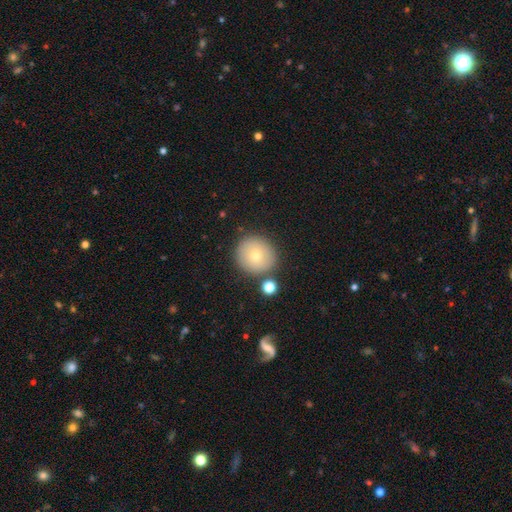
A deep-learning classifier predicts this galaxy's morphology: Smooth or featured? smooth (73%)
How rounded? round (92%)
Merging? none (81%)